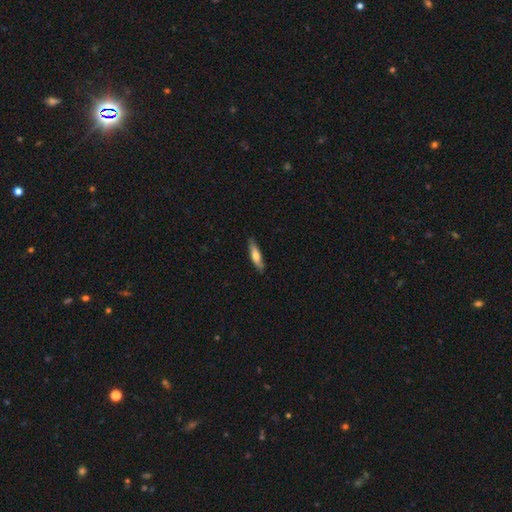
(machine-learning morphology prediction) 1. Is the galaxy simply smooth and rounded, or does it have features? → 62% smooth, 33% featured or disk, 6% star or artifact.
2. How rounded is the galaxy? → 75% cigar-shaped, 23% in between, 2% round.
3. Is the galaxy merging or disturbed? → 84% none, 13% minor disturbance, 2% major disturbance, 1% merger.